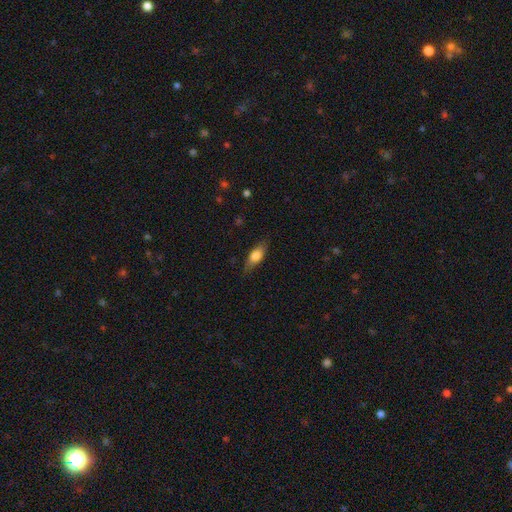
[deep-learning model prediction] Q: Smooth or featured?
A: smooth (69%); runner-up: featured or disk (24%)
Q: How rounded?
A: in between (69%); runner-up: cigar-shaped (27%)
Q: Merging?
A: none (80%); runner-up: minor disturbance (16%)